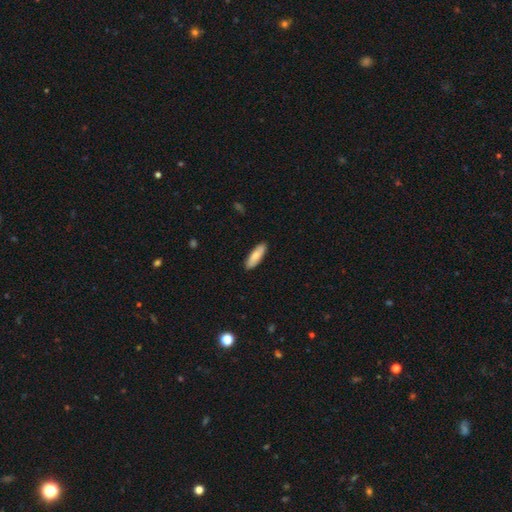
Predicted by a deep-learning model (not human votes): Smooth or featured? Predicted: smooth (p=0.80). How rounded? Predicted: in between (p=0.50). Merging? Predicted: none (p=0.90).